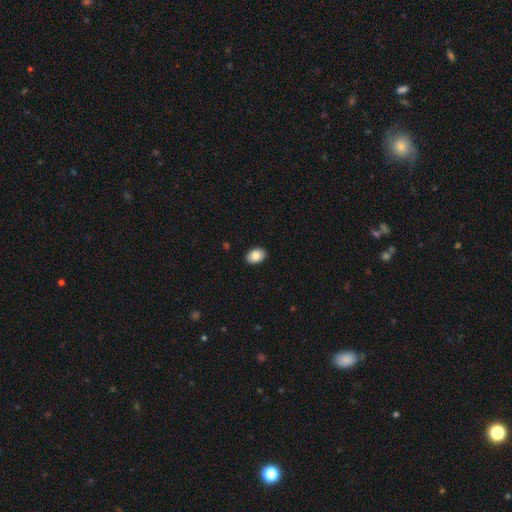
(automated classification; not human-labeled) A smooth galaxy with no disk features (83%) that is in between round and cigar-shaped (85%).

Vote fractions:
- Smooth or featured? smooth: 83% / featured or disk: 10% / star or artifact: 7%
- How rounded? in between: 85% / round: 14% / cigar-shaped: 1%
- Merging? none: 91% / minor disturbance: 7% / major disturbance: 2% / merger: 1%